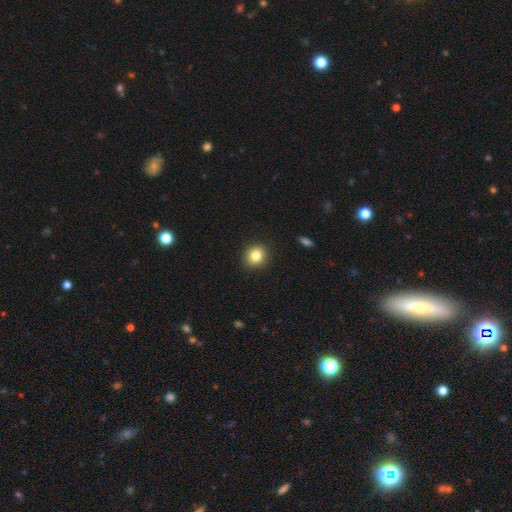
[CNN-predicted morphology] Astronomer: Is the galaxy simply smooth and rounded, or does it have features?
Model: smooth — 83%.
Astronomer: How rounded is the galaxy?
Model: round — 80%.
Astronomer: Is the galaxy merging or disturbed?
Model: none — 91%.